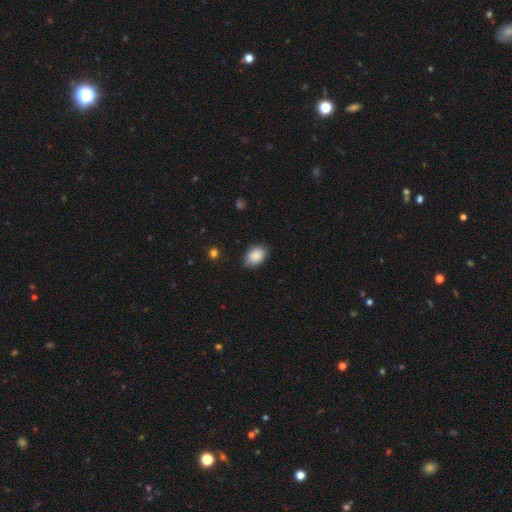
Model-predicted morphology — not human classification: Smooth or featured? smooth (89%)
How rounded? in between (84%)
Merging? none (82%)